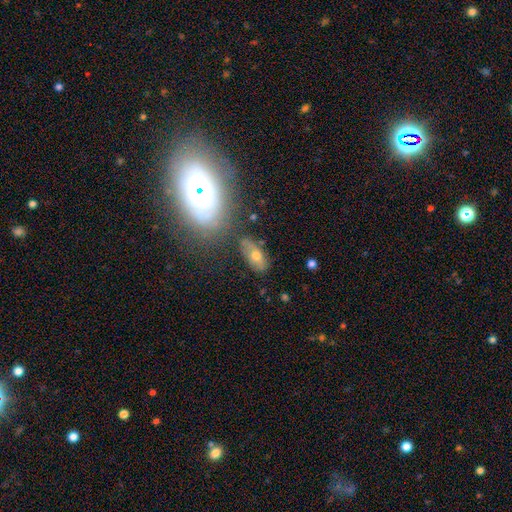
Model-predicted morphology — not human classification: This appears to be a smooth galaxy with no disk features (52%) that is in between round and cigar-shaped (85%). Merging: none (65%).